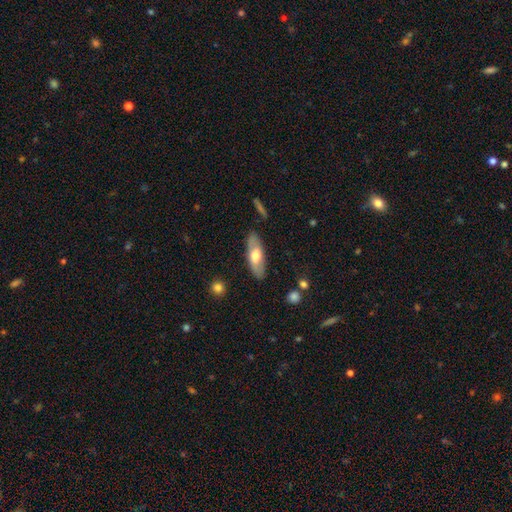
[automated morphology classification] smooth 58%, featured or disk 37%, star or artifact 6%. Down the decision tree: how rounded — in between (68%); merging — none (84%).